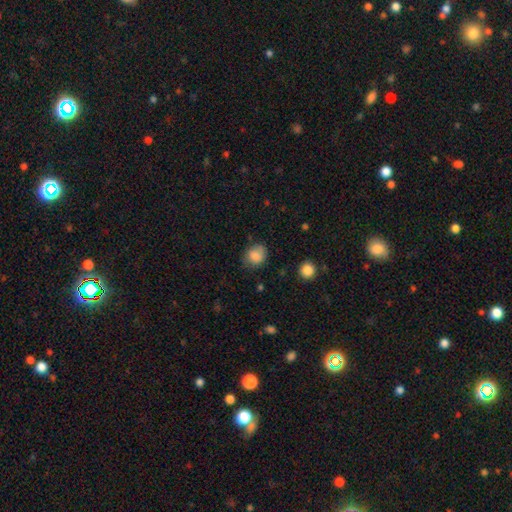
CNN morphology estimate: smooth 85%, star or artifact 9%, featured or disk 5%. Down the decision tree: how rounded — round (64%); merging — none (70%).